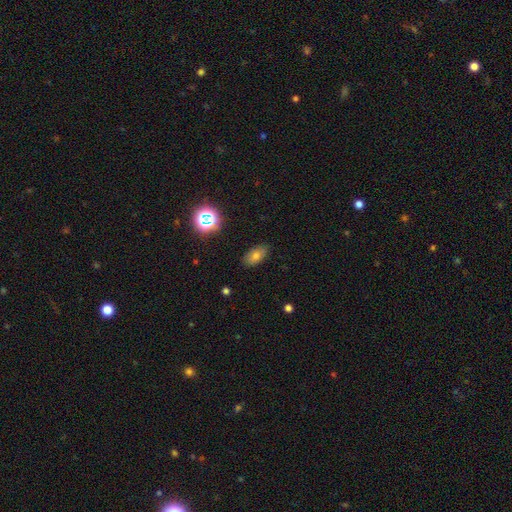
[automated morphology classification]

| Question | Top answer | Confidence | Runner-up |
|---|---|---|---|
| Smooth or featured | smooth | 74% | star or artifact (13%) |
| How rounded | in between | 89% | round (7%) |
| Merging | none | 86% | minor disturbance (10%) |